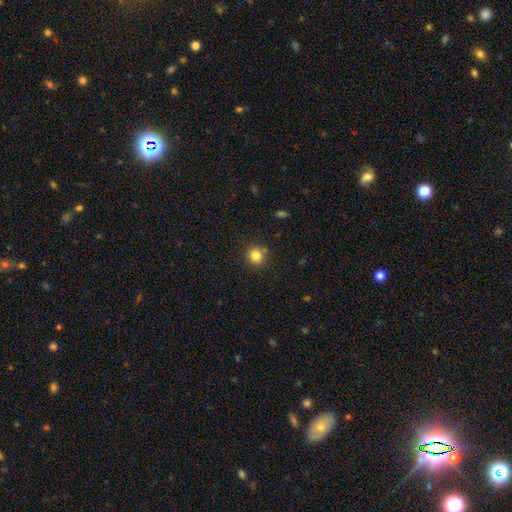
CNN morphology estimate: smooth-or-featured: smooth: 83% | star or artifact: 12% | featured or disk: 5%
  how-rounded: round: 91% | in between: 9% | cigar-shaped: 1%
  merging: none: 84% | minor disturbance: 9% | merger: 4% | major disturbance: 3%